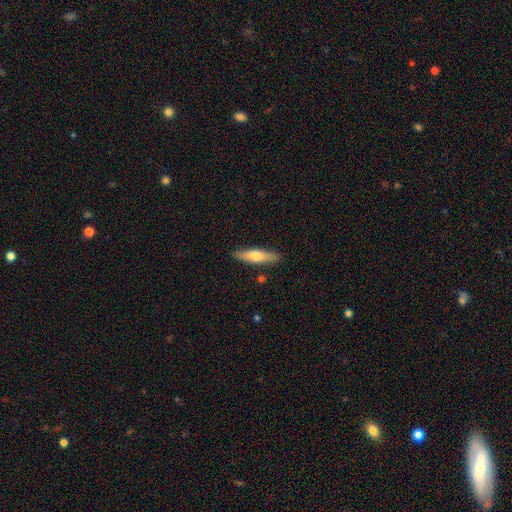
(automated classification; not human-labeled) A smooth galaxy with no disk features (59%) that is cigar-shaped (76%). Merging: none (88%).